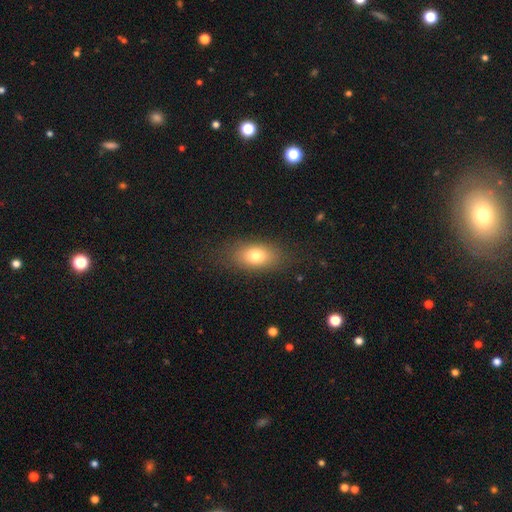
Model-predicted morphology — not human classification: A smooth galaxy with no disk features (76%) that is in between round and cigar-shaped (83%).

Vote fractions:
- Smooth or featured? smooth: 76% / featured or disk: 15% / star or artifact: 10%
- How rounded? in between: 83% / round: 12% / cigar-shaped: 4%
- Merging? none: 82% / minor disturbance: 12% / major disturbance: 5% / merger: 1%